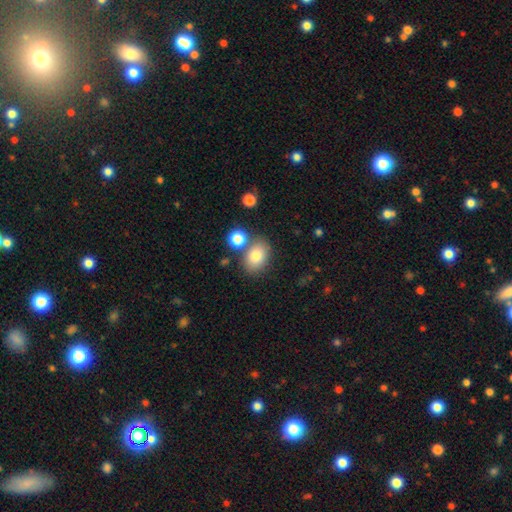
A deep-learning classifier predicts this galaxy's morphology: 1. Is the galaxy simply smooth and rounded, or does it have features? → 80% smooth, 10% featured or disk, 10% star or artifact.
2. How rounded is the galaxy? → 69% in between, 29% round, 1% cigar-shaped.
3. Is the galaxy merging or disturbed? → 69% none, 15% merger, 12% minor disturbance, 4% major disturbance.